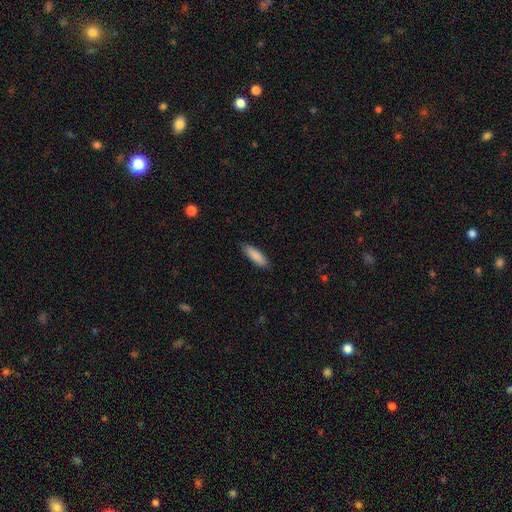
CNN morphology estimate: A smooth galaxy with no disk features (88%) that is cigar-shaped (50%).

Vote fractions:
- Smooth or featured? smooth: 88% / featured or disk: 6% / star or artifact: 6%
- How rounded? cigar-shaped: 50% / in between: 49% / round: 1%
- Merging? none: 88% / minor disturbance: 9% / major disturbance: 2% / merger: 1%